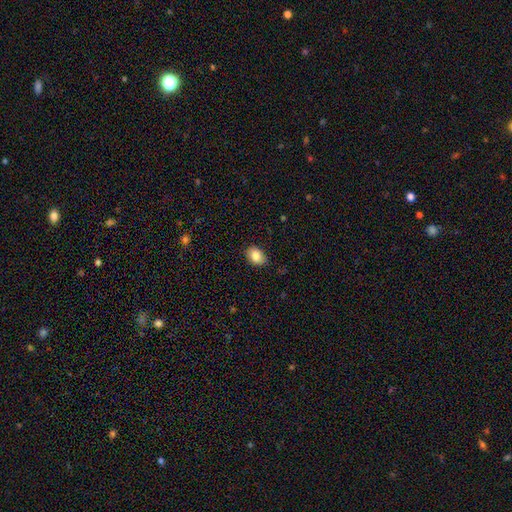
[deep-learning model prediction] This appears to be a smooth galaxy with no disk features (85%) that is in between round and cigar-shaped (78%). Merging: none (83%).